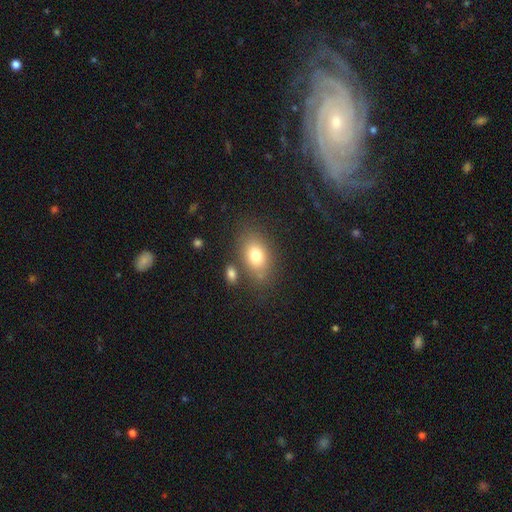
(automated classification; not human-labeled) Smooth or featured? smooth (77%)
How rounded? in between (80%)
Merging? none (71%)